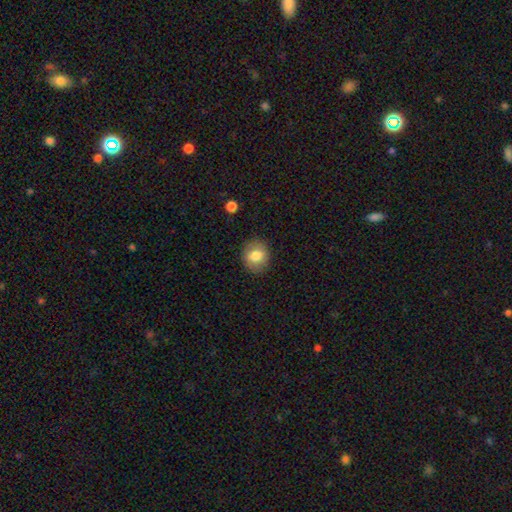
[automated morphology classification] This is likely a smooth galaxy (78%). How rounded: likely round (71%). Merging: clearly none (85%).